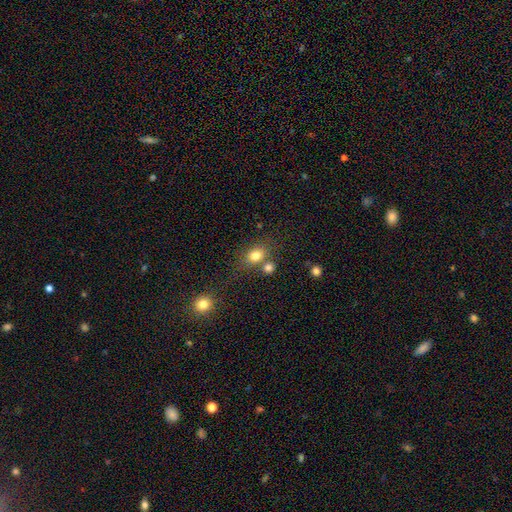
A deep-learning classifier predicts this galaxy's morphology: smooth 80%, star or artifact 12%, featured or disk 8%. Down the decision tree: how rounded — in between (54%); merging — none (59%).